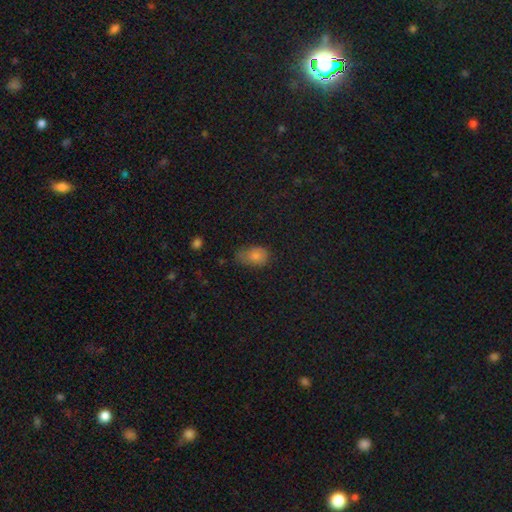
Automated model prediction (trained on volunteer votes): smooth-or-featured: smooth: 76% | star or artifact: 13% | featured or disk: 11%
  how-rounded: in between: 76% | round: 23% | cigar-shaped: 1%
  merging: none: 49% | minor disturbance: 38% | major disturbance: 11% | merger: 2%